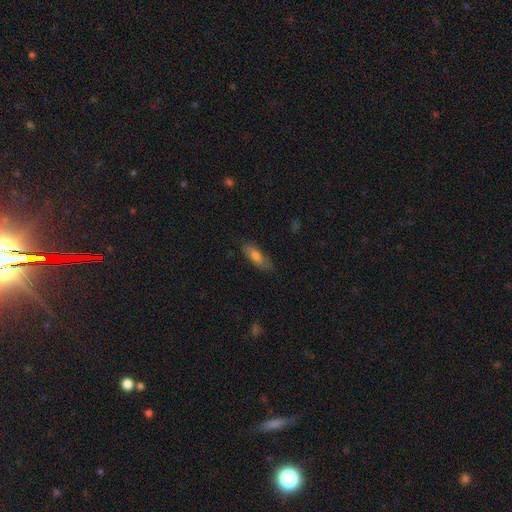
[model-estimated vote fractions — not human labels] Smooth or featured: smooth — 67% (featured or disk — 25%)
How rounded: in between — 65% (cigar-shaped — 32%)
Merging: none — 80% (minor disturbance — 16%)